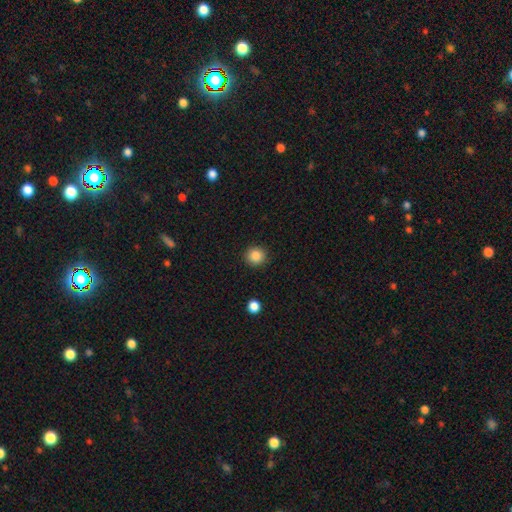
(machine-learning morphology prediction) type=smooth (86%); roundness=round (92%); merging=none (91%).